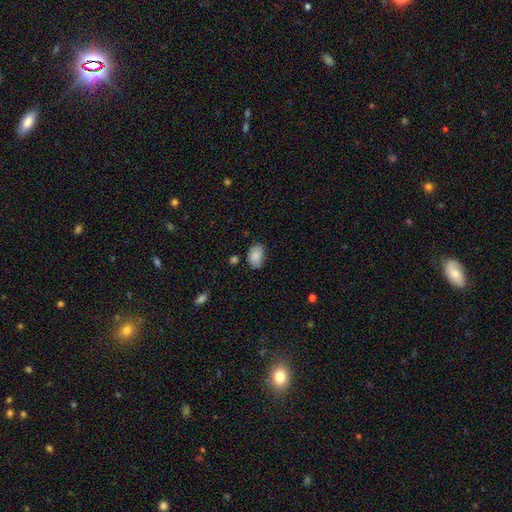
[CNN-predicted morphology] Smooth or featured? Predicted: smooth (p=0.86). How rounded? Predicted: in between (p=0.84). Merging? Predicted: none (p=0.67).